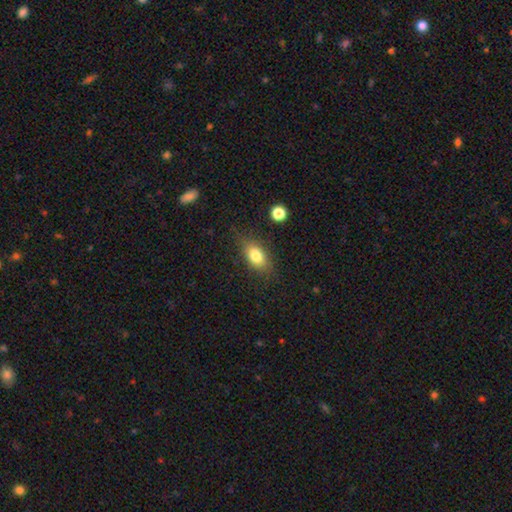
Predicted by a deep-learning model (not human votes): Smooth or featured: smooth — 79% (featured or disk — 12%)
How rounded: in between — 84% (round — 9%)
Merging: none — 77% (minor disturbance — 16%)